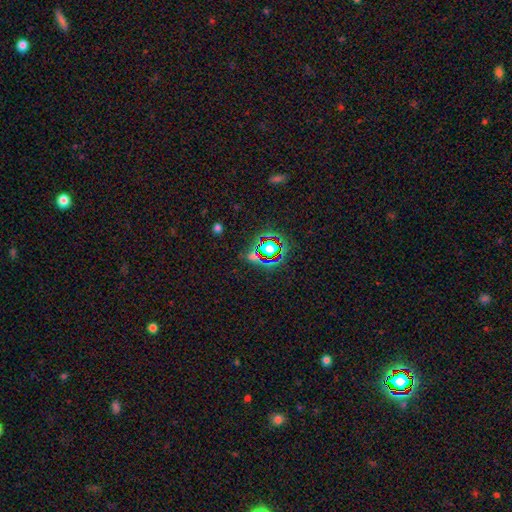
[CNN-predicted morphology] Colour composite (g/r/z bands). It shows a star or artifact, not a galaxy (74%).